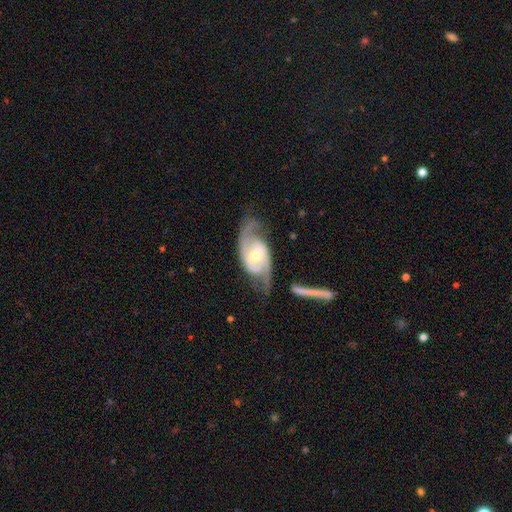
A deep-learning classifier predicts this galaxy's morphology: featured or disk 90%, smooth 6%, star or artifact 4%. Down the decision tree: edge-on disk — no (96%); bar — weak (47%); spiral arms — yes (97%); spiral arm count — 2 (92%); spiral winding — medium (52%); bulge size — moderate (56%); merging — none (71%).